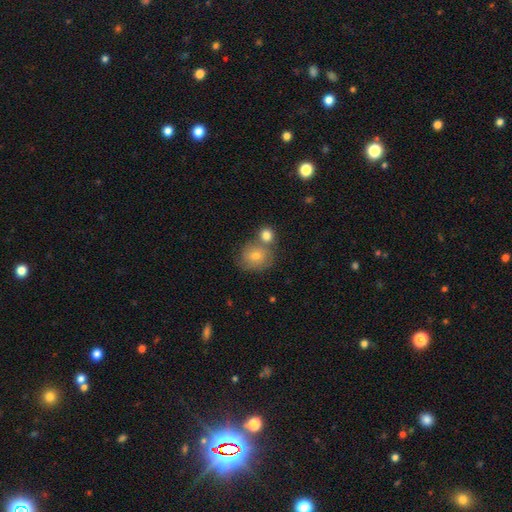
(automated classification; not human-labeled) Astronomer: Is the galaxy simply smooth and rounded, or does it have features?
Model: smooth — 65%.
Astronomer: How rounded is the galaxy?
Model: round — 70%.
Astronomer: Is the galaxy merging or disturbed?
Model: none — 50% (runner-up: merger, 32%).